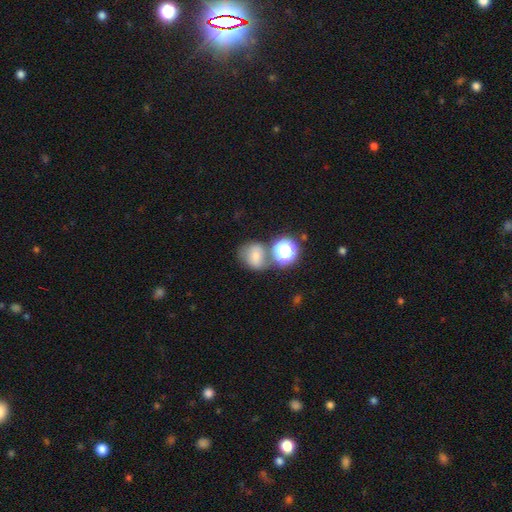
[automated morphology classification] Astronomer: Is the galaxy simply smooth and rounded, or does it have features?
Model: smooth — 62%.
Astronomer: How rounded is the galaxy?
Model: round — 66%.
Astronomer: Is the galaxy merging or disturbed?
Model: none — 46% (runner-up: merger, 29%).